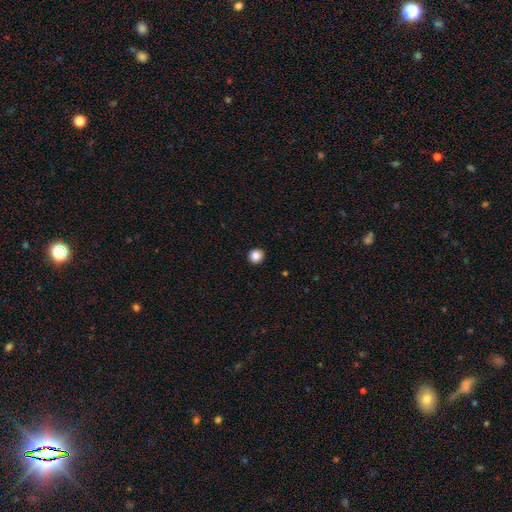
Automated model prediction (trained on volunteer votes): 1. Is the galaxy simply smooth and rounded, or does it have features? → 86% smooth, 10% star or artifact, 4% featured or disk.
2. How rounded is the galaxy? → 94% round, 5% in between, 1% cigar-shaped.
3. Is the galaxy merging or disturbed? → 93% none, 4% minor disturbance, 1% major disturbance, 1% merger.